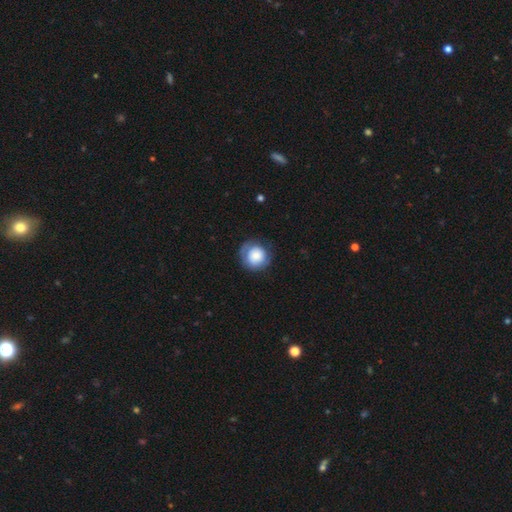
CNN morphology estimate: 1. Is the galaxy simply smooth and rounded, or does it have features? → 72% smooth, 21% featured or disk, 7% star or artifact.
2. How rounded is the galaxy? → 90% round, 9% in between, 1% cigar-shaped.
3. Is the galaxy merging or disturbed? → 71% none, 19% minor disturbance, 8% major disturbance, 1% merger.